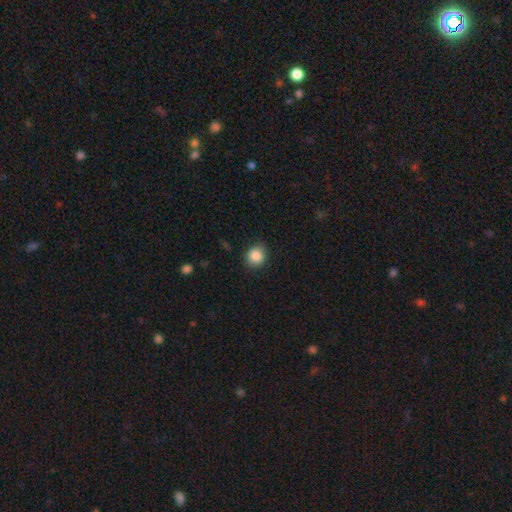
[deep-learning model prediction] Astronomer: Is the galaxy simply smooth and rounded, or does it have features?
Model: smooth — 86%.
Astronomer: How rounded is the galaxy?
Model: round — 74%.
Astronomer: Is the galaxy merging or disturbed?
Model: none — 84%.